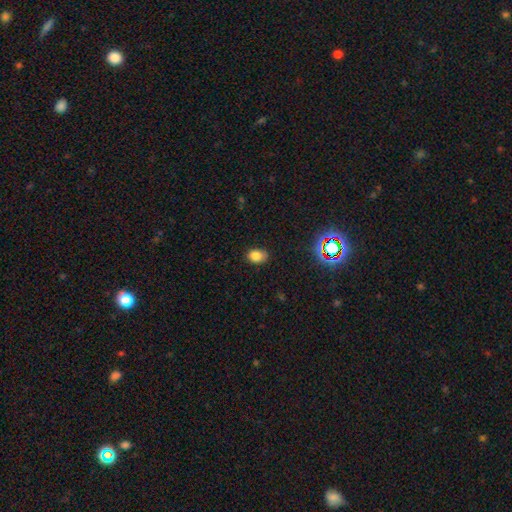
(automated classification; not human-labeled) Q: Smooth or featured?
A: smooth (81%); runner-up: star or artifact (13%)
Q: How rounded?
A: in between (71%); runner-up: round (28%)
Q: Merging?
A: none (77%); runner-up: minor disturbance (18%)